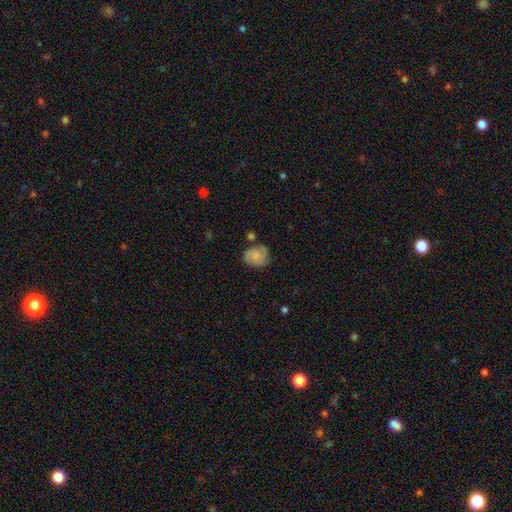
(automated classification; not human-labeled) Smooth or featured?
  - smooth: 50% *
  - featured or disk: 41%
  - star or artifact: 9%
How rounded?
  - round: 65% *
  - in between: 33%
  - cigar-shaped: 1%
Merging?
  - none: 64% *
  - minor disturbance: 21%
  - major disturbance: 8%
  - merger: 7%